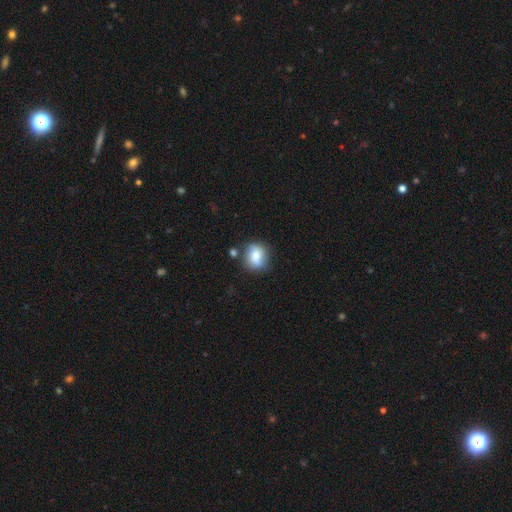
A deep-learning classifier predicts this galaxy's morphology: Smooth or featured?
  - smooth: 70% *
  - featured or disk: 21%
  - star or artifact: 9%
How rounded?
  - round: 76% *
  - in between: 23%
  - cigar-shaped: 1%
Merging?
  - none: 72% *
  - minor disturbance: 17%
  - merger: 7%
  - major disturbance: 4%